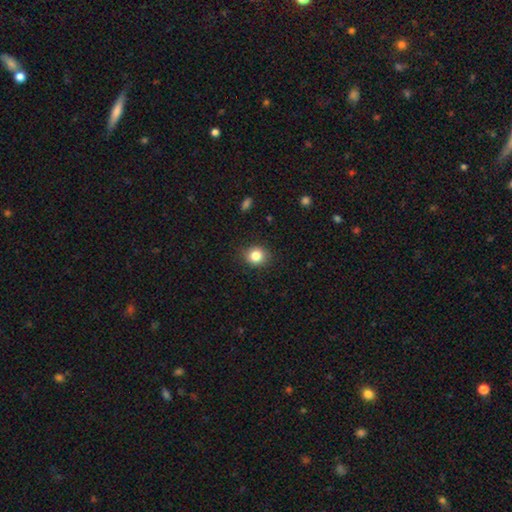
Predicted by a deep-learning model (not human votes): smooth_or_featured: smooth (p=0.83) [alt: star or artifact p=0.11]
how_rounded: round (p=0.78) [alt: in between p=0.21]
merging: none (p=0.88) [alt: minor disturbance p=0.09]